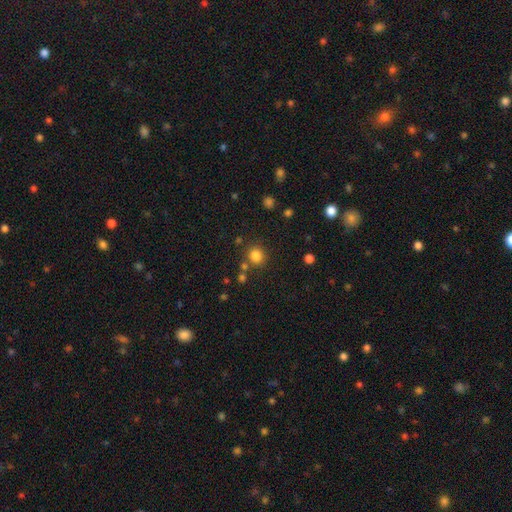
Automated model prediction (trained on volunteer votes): Smooth or featured: smooth — 82% (star or artifact — 13%)
How rounded: round — 87% (in between — 12%)
Merging: none — 78% (merger — 9%)